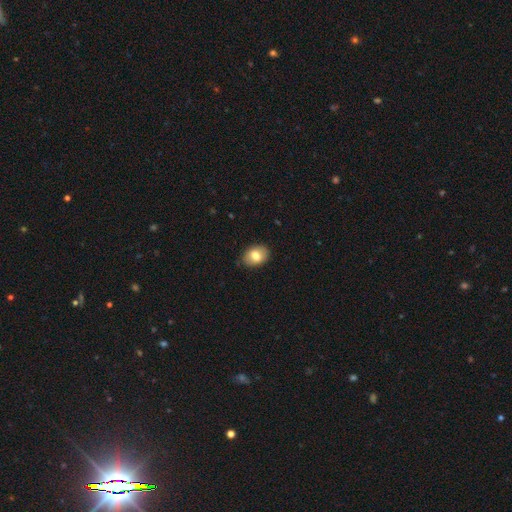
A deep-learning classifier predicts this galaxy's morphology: smooth-or-featured: smooth: 78% | featured or disk: 14% | star or artifact: 8%
  how-rounded: in between: 76% | round: 22% | cigar-shaped: 1%
  merging: none: 84% | minor disturbance: 13% | major disturbance: 2% | merger: 1%